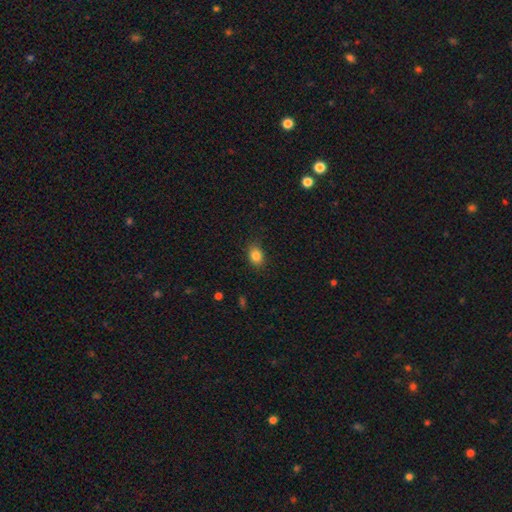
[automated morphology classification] This is clearly a smooth galaxy (85%). How rounded: likely in between (61%). Merging: clearly none (85%).